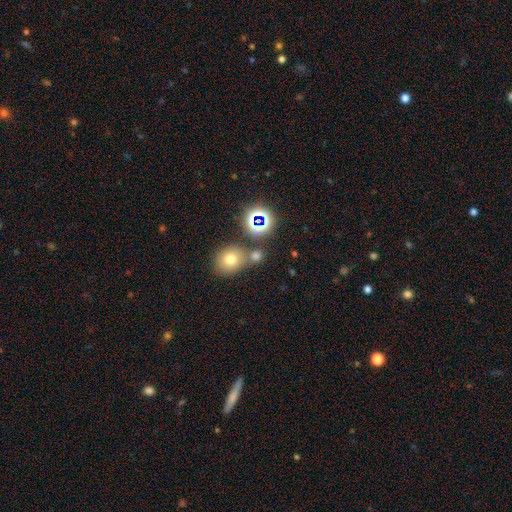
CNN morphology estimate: A smooth galaxy with no disk features (64%) that is round (69%).

Vote fractions:
- Smooth or featured? smooth: 64% / star or artifact: 26% / featured or disk: 9%
- How rounded? round: 69% / in between: 30% / cigar-shaped: 2%
- Merging? none: 61% / merger: 26% / minor disturbance: 9% / major disturbance: 4%